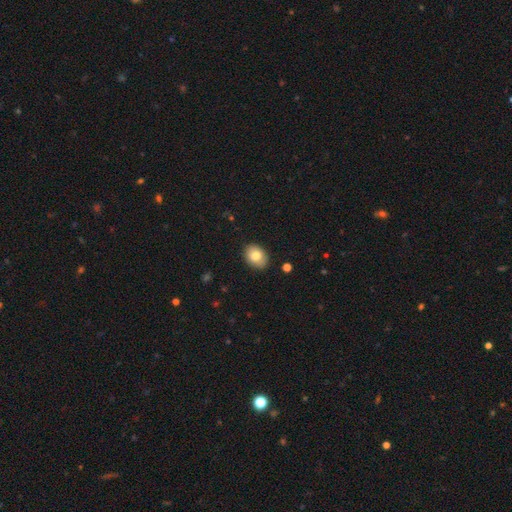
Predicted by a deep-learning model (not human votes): smooth_or_featured: smooth (p=0.80) [alt: featured or disk p=0.12]
how_rounded: in between (p=0.69) [alt: round p=0.30]
merging: none (p=0.85) [alt: minor disturbance p=0.11]